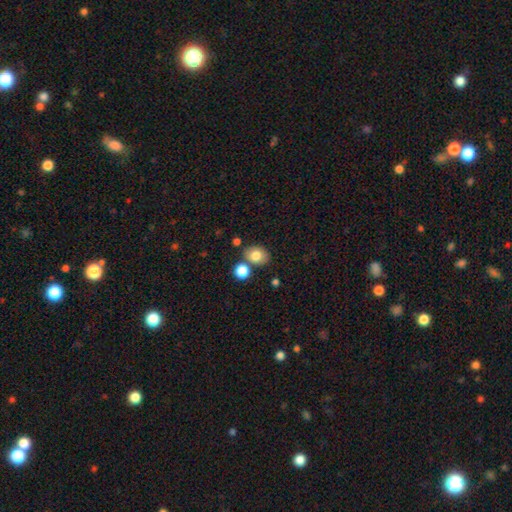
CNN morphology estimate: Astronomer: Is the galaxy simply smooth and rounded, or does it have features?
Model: smooth — 80%.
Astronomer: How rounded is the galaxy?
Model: in between — 58% (runner-up: round, 41%).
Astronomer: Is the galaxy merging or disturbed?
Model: none — 72%.